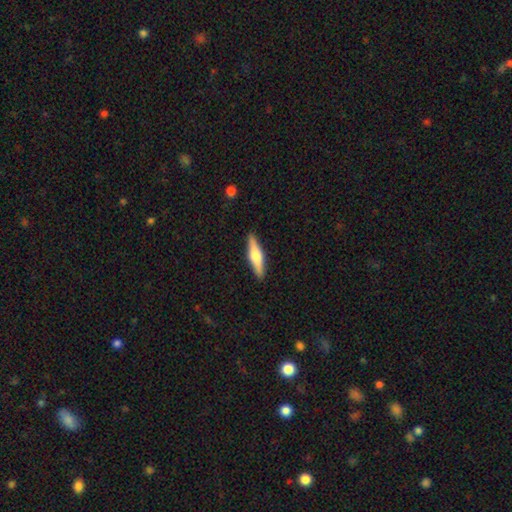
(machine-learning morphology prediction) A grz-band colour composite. It shows a featured or disk galaxy (51%) viewed edge-on (96%). Merging: none (90%).